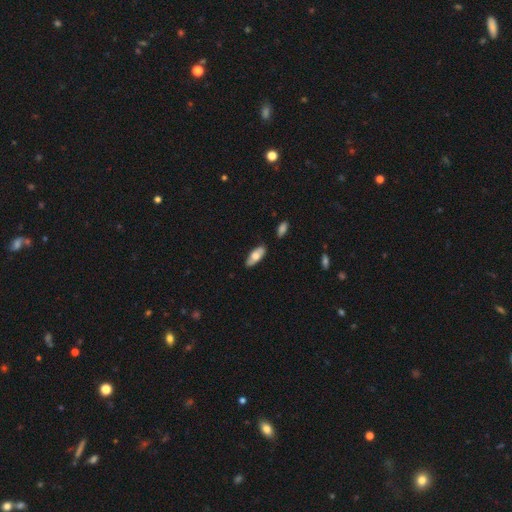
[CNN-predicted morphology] A smooth galaxy with no disk features (67%) that is in between round and cigar-shaped (79%). Merging: none (83%).